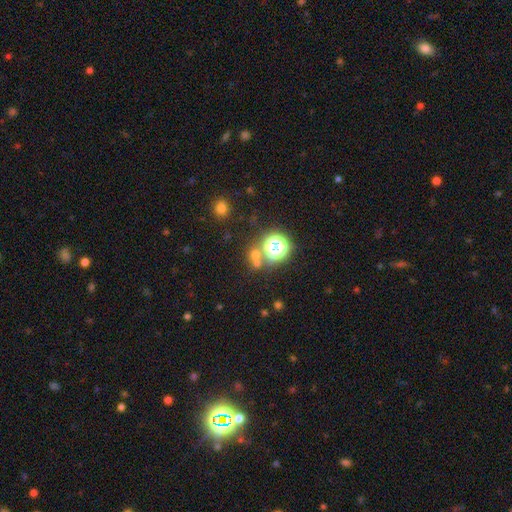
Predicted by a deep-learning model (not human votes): Smooth or featured?
  - star or artifact: 47% *
  - smooth: 44%
  - featured or disk: 9%